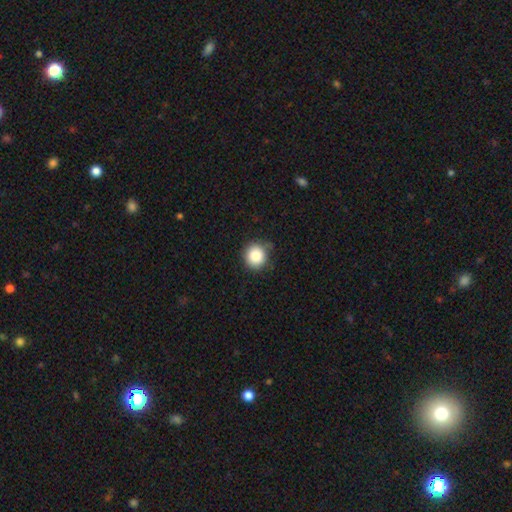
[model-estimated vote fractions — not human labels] A smooth galaxy with no disk features (86%) that is round (91%).

Vote fractions:
- Smooth or featured? smooth: 86% / star or artifact: 9% / featured or disk: 5%
- How rounded? round: 91% / in between: 8% / cigar-shaped: 1%
- Merging? none: 77% / minor disturbance: 18% / major disturbance: 4% / merger: 2%